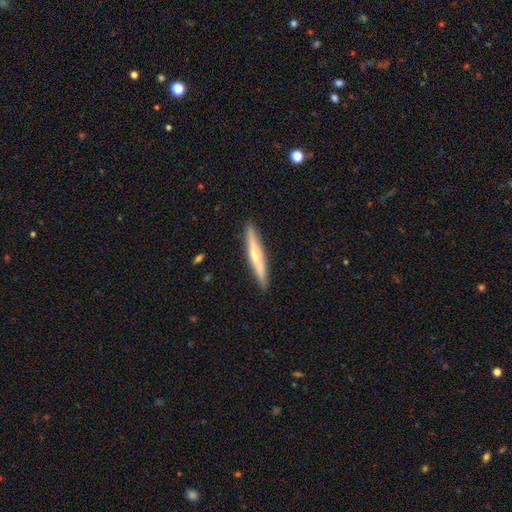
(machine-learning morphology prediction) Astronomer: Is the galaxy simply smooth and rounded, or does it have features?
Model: featured or disk — 50% (runner-up: smooth, 44%).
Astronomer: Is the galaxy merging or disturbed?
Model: none — 91%.